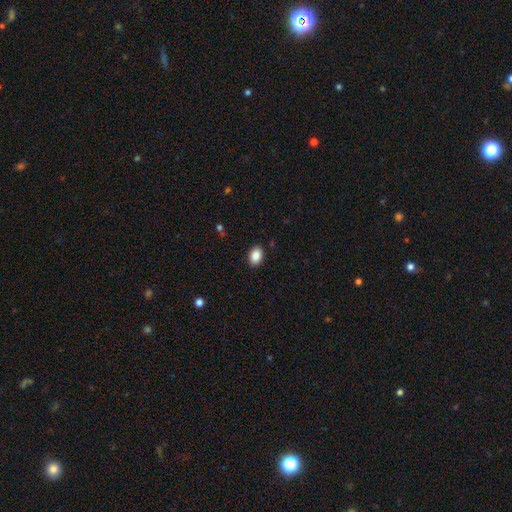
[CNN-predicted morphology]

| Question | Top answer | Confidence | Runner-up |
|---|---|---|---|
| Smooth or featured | smooth | 88% | star or artifact (8%) |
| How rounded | in between | 78% | round (21%) |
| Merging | none | 89% | minor disturbance (8%) |